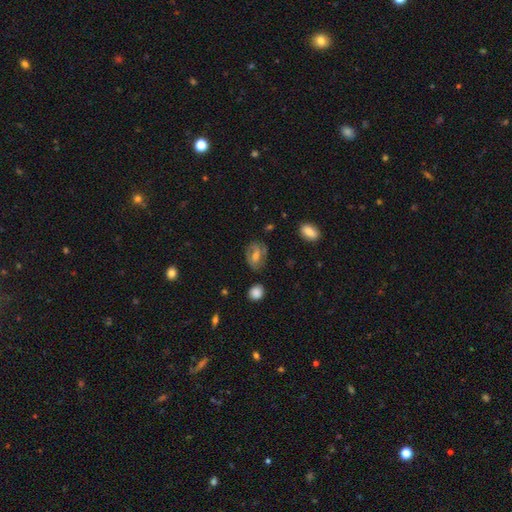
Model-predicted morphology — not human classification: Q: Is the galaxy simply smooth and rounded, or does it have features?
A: featured or disk — 52%.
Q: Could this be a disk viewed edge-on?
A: no — 95%.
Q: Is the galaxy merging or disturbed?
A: none — 73%.